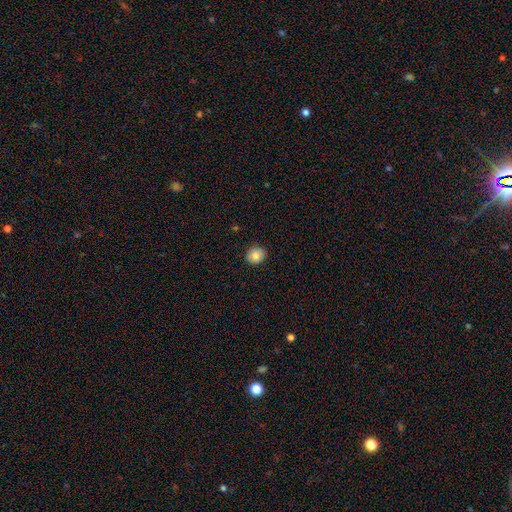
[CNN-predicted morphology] smooth 81%, featured or disk 10%, star or artifact 9%. Down the decision tree: how rounded — round (81%); merging — none (89%).